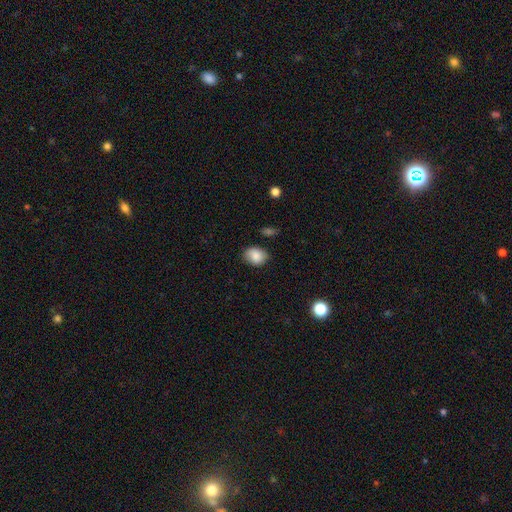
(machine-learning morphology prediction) smooth_or_featured: smooth (p=0.85) [alt: star or artifact p=0.08]
how_rounded: in between (p=0.59) [alt: round p=0.40]
merging: none (p=0.76) [alt: minor disturbance p=0.18]